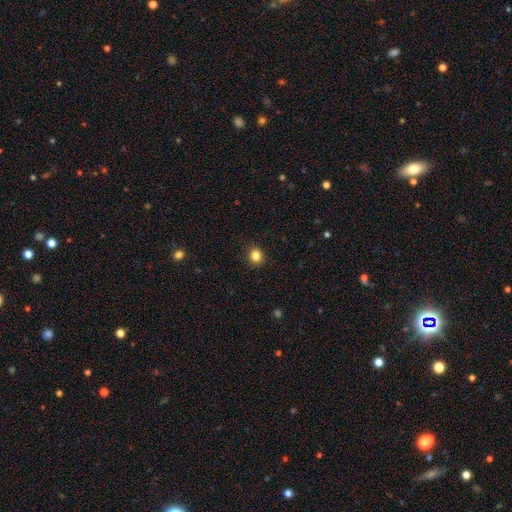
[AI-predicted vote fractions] A smooth galaxy with no disk features (85%) that is round (80%).

Vote fractions:
- Smooth or featured? smooth: 85% / star or artifact: 11% / featured or disk: 4%
- How rounded? round: 80% / in between: 19% / cigar-shaped: 1%
- Merging? none: 89% / minor disturbance: 8% / major disturbance: 2% / merger: 1%